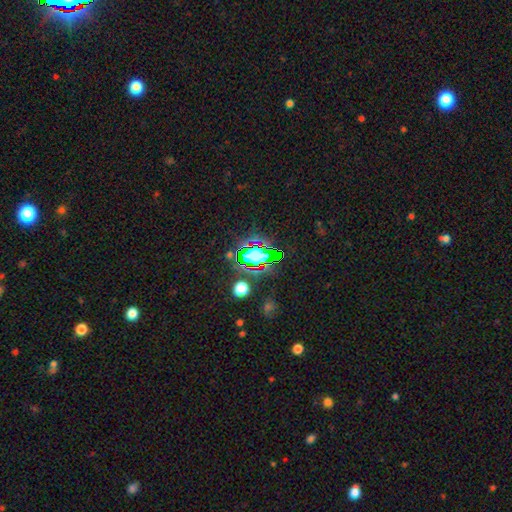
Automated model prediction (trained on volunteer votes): The model was most divided on "smooth or featured": star or artifact: 61%, smooth: 26%, featured or disk: 13%.